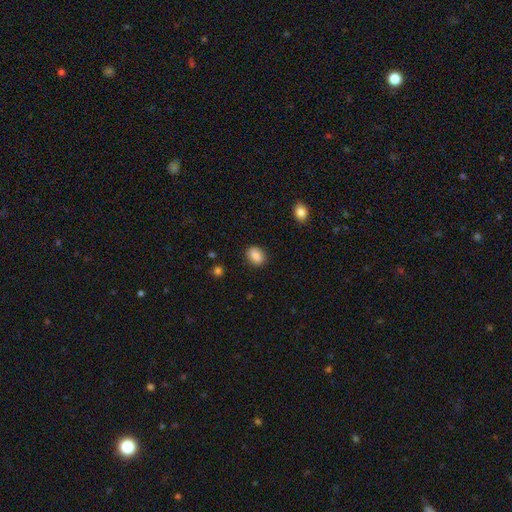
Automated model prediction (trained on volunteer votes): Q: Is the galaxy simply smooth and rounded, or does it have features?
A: smooth — 86%.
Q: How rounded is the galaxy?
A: in between — 72%.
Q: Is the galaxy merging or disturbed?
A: none — 85%.